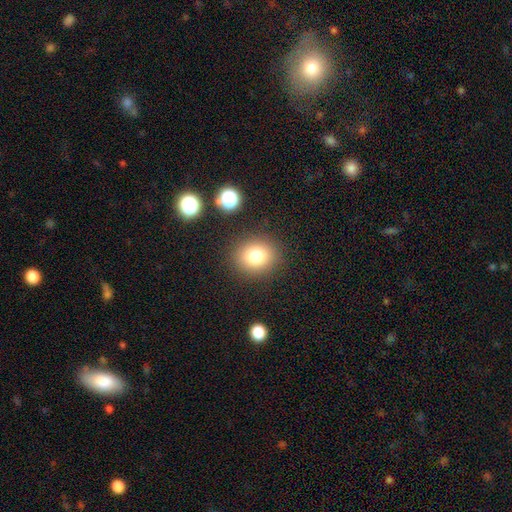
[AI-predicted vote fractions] The model was most divided on "how rounded": round: 73%, in between: 26%, cigar-shaped: 1%. More confident: merging — none (87%); smooth or featured — smooth (78%).